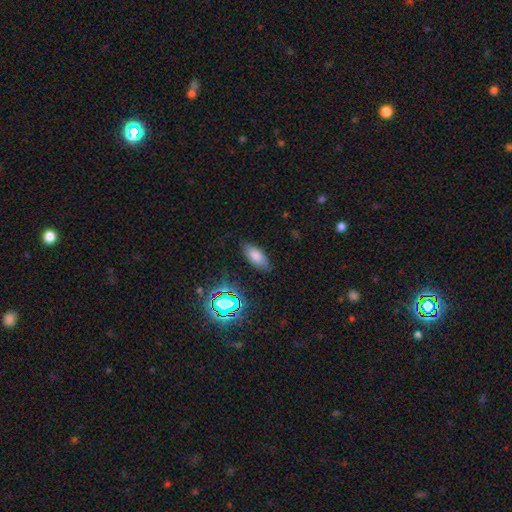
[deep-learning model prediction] Smooth or featured?
  - smooth: 72% *
  - star or artifact: 17%
  - featured or disk: 11%
How rounded?
  - in between: 84% *
  - cigar-shaped: 13%
  - round: 3%
Merging?
  - none: 82% *
  - minor disturbance: 13%
  - major disturbance: 3%
  - merger: 2%